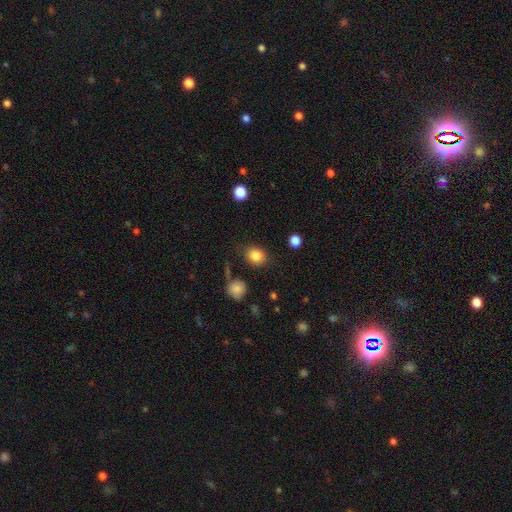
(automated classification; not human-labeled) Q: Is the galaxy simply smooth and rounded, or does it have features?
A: smooth — 84%.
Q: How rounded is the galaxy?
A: round — 55%.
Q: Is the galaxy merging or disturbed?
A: none — 81%.